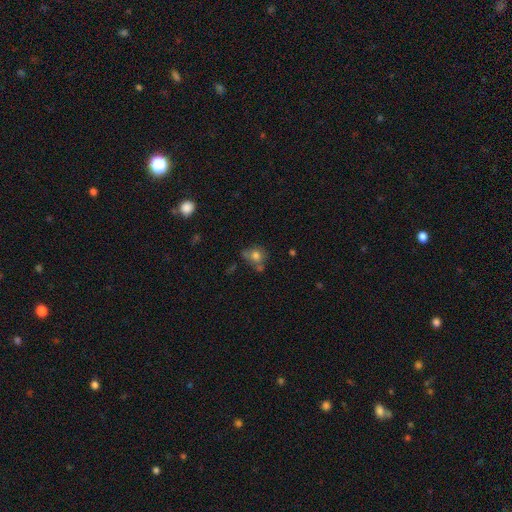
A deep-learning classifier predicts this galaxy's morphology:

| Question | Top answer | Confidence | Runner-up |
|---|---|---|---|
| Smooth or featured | smooth | 68% | featured or disk (19%) |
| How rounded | round | 63% | in between (36%) |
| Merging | none | 45% | minor disturbance (23%) |